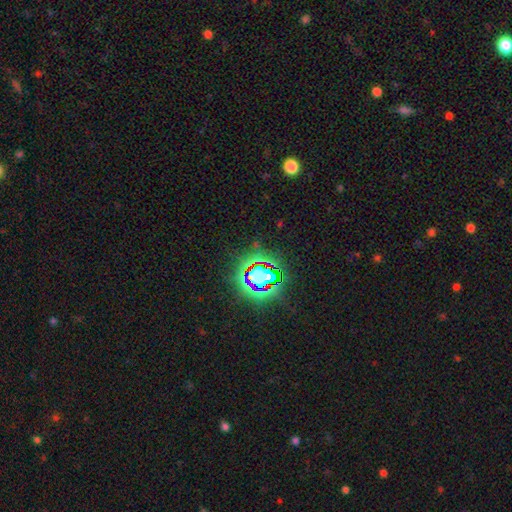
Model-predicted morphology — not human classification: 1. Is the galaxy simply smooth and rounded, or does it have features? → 81% star or artifact, 11% smooth, 8% featured or disk.